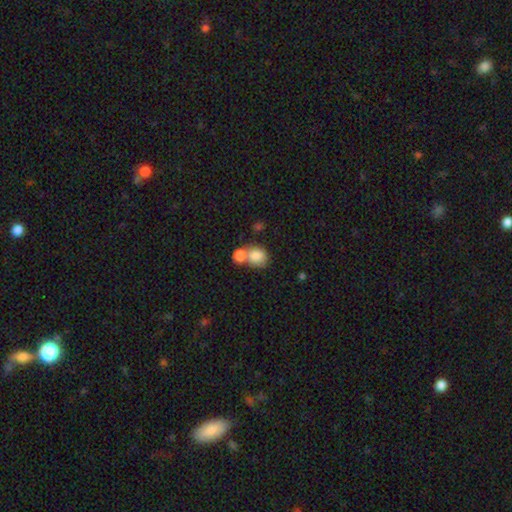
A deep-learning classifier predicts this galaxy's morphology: This is clearly a smooth galaxy (83%). How rounded: possibly round (55%). Merging: possibly merger (52%).